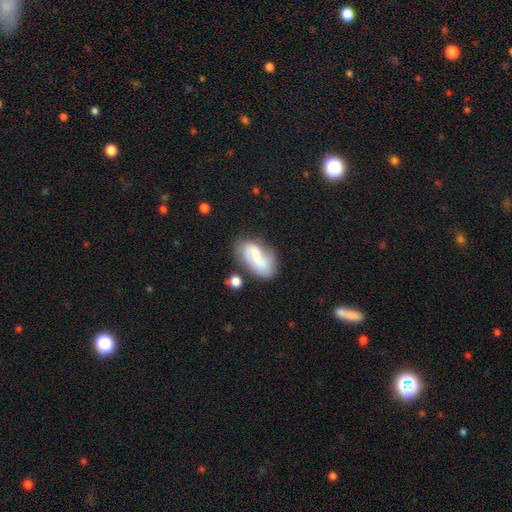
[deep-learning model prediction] Q: Smooth or featured?
A: featured or disk (48%); runner-up: smooth (44%)
Q: Merging?
A: none (55%); runner-up: minor disturbance (24%)